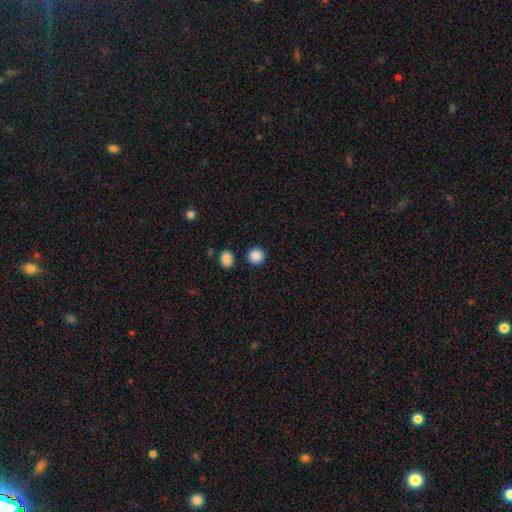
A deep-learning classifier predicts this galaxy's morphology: Smooth or featured?
  - smooth: 88% *
  - star or artifact: 9%
  - featured or disk: 3%
How rounded?
  - round: 91% *
  - in between: 8%
  - cigar-shaped: 1%
Merging?
  - none: 88% *
  - minor disturbance: 6%
  - merger: 4%
  - major disturbance: 2%